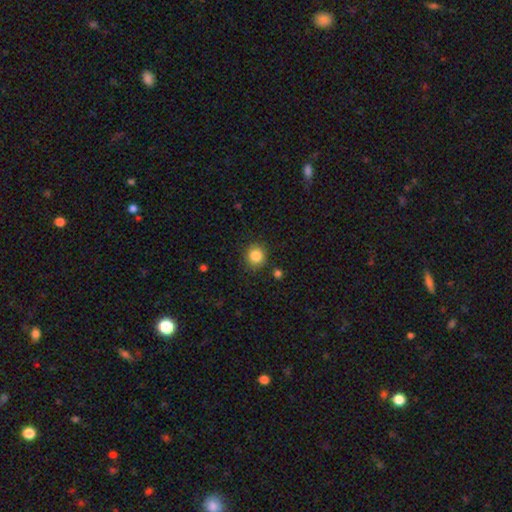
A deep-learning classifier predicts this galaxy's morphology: smooth 85%, star or artifact 10%, featured or disk 5%. Down the decision tree: how rounded — round (88%); merging — none (85%).